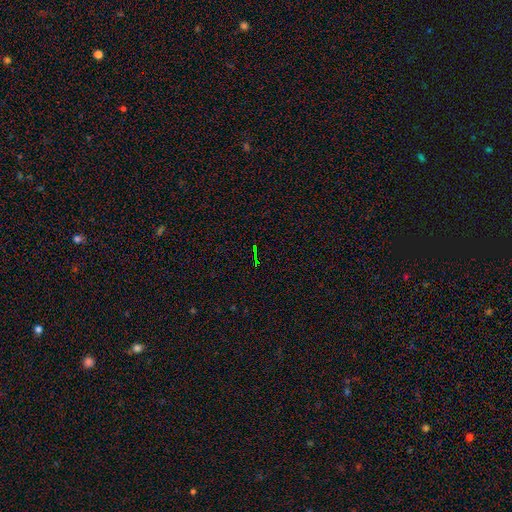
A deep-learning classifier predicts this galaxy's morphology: Smooth or featured? star or artifact (74%)